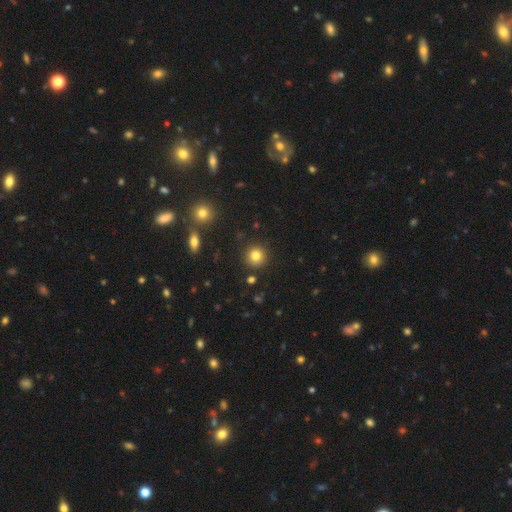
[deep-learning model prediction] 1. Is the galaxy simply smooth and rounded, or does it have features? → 82% smooth, 12% star or artifact, 7% featured or disk.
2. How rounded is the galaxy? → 93% round, 6% in between, 1% cigar-shaped.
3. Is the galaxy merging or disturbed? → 89% none, 7% minor disturbance, 2% merger, 2% major disturbance.